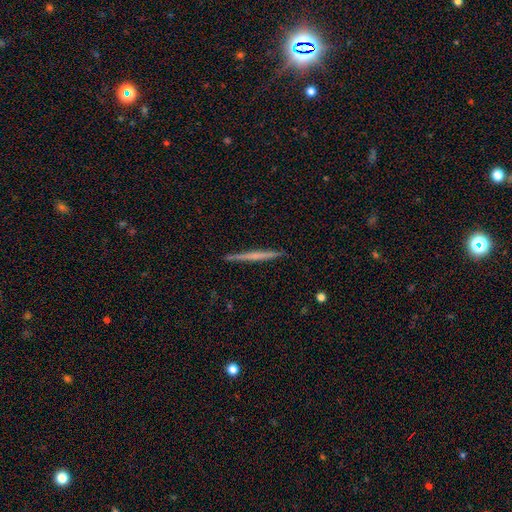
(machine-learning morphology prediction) smooth-or-featured: featured or disk: 57% | smooth: 37% | star or artifact: 6%
  disk-edge-on: yes: 98% | no: 2%
    edge-on-bulge: none: 74% | rounded: 19% | boxy: 7%
  merging: none: 92% | minor disturbance: 6% | major disturbance: 1% | merger: 1%